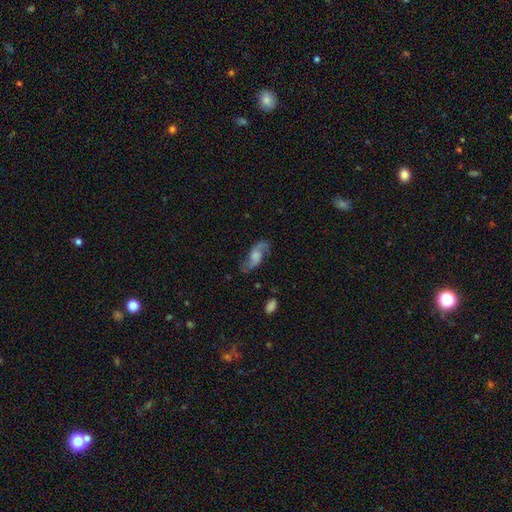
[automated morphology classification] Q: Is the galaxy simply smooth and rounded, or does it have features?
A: featured or disk — 70%.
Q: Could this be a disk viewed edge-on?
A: no — 93%.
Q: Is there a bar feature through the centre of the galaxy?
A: no — 56%.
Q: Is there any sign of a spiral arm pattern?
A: yes — 92%.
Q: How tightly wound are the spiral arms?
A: loose — 61%.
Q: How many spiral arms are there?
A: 2 — 90%.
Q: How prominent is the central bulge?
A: none — 29%.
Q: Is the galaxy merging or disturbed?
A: none — 70%.